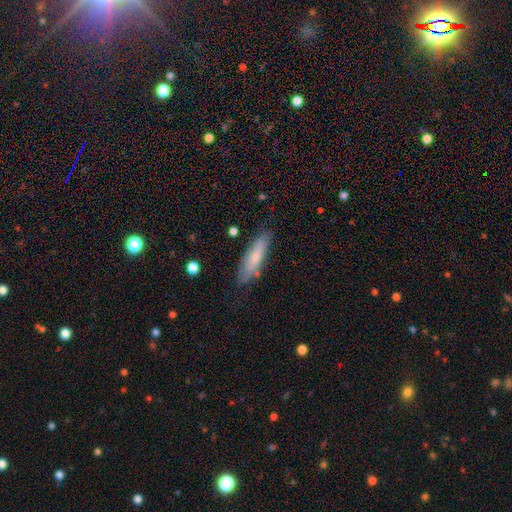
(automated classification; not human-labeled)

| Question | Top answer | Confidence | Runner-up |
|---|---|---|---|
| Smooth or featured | smooth | 60% | featured or disk (34%) |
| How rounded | cigar-shaped | 60% | in between (38%) |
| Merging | none | 77% | minor disturbance (18%) |